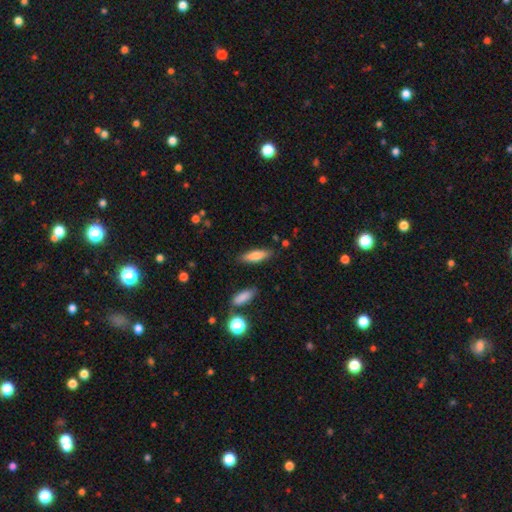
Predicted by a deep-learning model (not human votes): Q: Smooth or featured?
A: smooth (76%); runner-up: featured or disk (17%)
Q: How rounded?
A: cigar-shaped (54%); runner-up: in between (44%)
Q: Merging?
A: none (84%); runner-up: minor disturbance (11%)